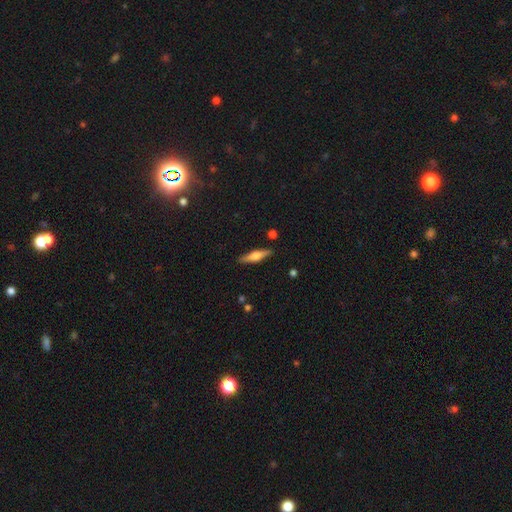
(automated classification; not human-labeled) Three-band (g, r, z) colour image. It shows a featured or disk galaxy (54%) viewed edge-on (95%) with a rounded central bulge (89%). Merging: none (89%).